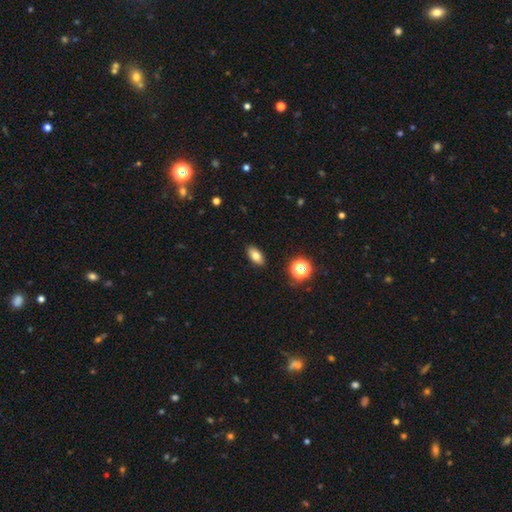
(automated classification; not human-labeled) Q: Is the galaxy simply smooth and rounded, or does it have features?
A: smooth — 76%.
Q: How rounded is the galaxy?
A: in between — 86%.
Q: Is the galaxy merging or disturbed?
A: none — 89%.